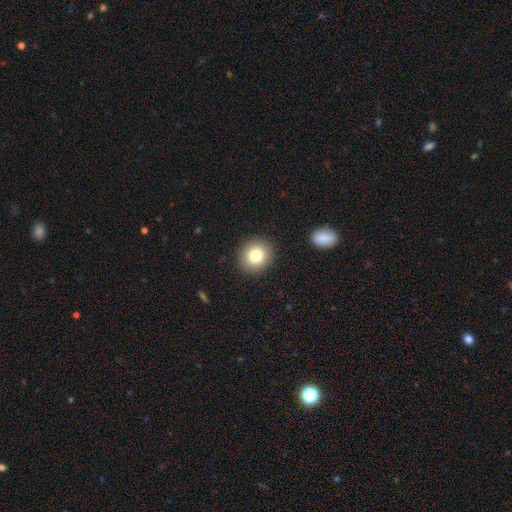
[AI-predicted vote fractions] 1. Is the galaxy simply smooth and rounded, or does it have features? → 80% smooth, 10% star or artifact, 9% featured or disk.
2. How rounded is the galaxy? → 85% round, 14% in between, 1% cigar-shaped.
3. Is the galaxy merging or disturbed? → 90% none, 6% minor disturbance, 2% major disturbance, 1% merger.